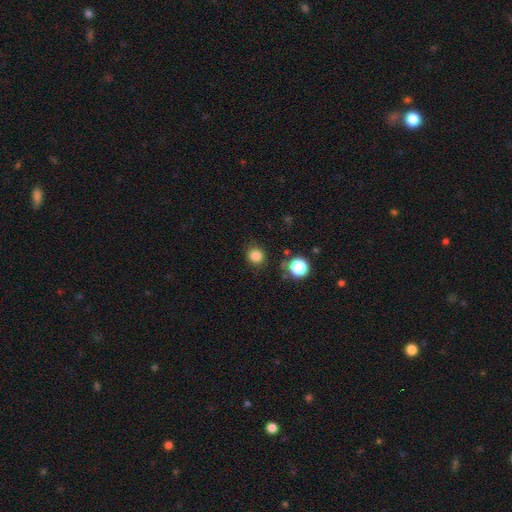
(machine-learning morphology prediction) The model was most divided on "smooth or featured": smooth: 82%, star or artifact: 13%, featured or disk: 4%. More confident: how rounded — round (90%); merging — none (85%).